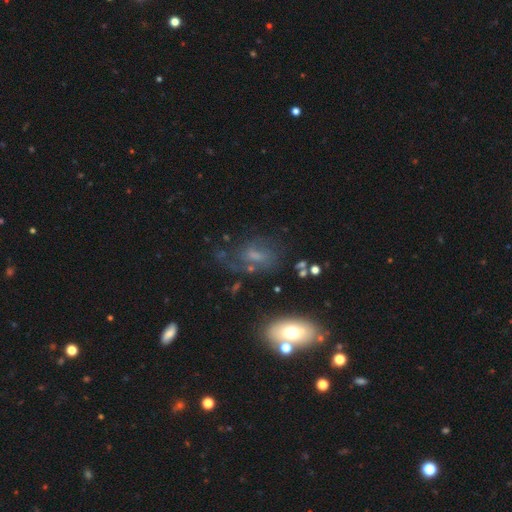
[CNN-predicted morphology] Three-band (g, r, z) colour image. It shows a featured or disk galaxy (48%). Merging: none (48%).